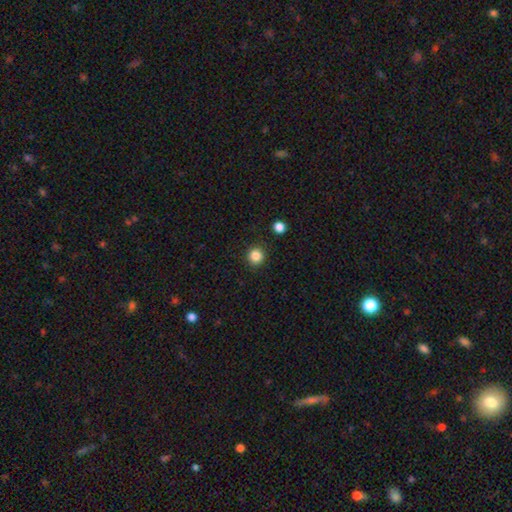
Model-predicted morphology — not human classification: smooth 85%, star or artifact 11%, featured or disk 4%. Down the decision tree: how rounded — round (93%); merging — none (91%).